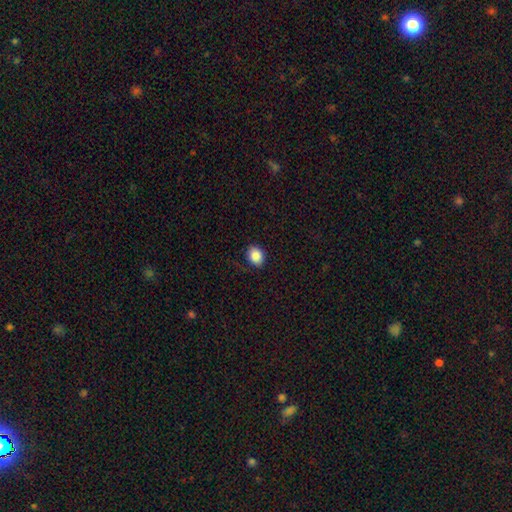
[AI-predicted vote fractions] A smooth galaxy with no disk features (86%) that is in between round and cigar-shaped (54%).

Vote fractions:
- Smooth or featured? smooth: 86% / star or artifact: 9% / featured or disk: 5%
- How rounded? in between: 54% / round: 45% / cigar-shaped: 1%
- Merging? none: 82% / minor disturbance: 14% / major disturbance: 3% / merger: 1%